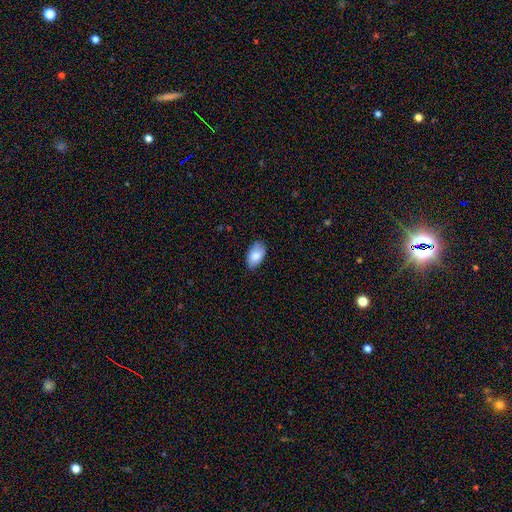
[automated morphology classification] A smooth galaxy with no disk features (83%) that is in between round and cigar-shaped (93%).

Vote fractions:
- Smooth or featured? smooth: 83% / featured or disk: 10% / star or artifact: 7%
- How rounded? in between: 93% / round: 6% / cigar-shaped: 1%
- Merging? none: 79% / minor disturbance: 17% / major disturbance: 3% / merger: 1%